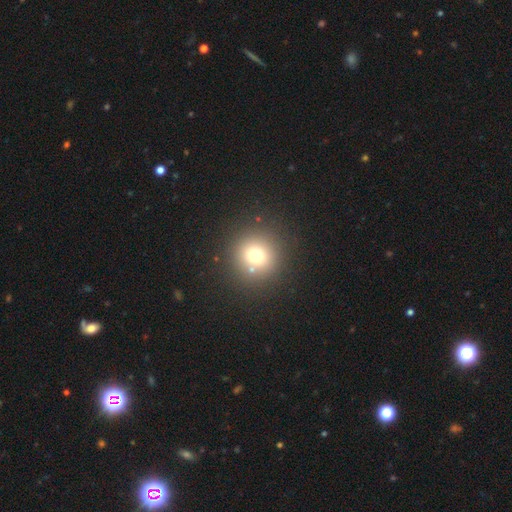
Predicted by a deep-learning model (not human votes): Smooth or featured?
  - smooth: 72% *
  - star or artifact: 17%
  - featured or disk: 11%
How rounded?
  - round: 93% *
  - in between: 6%
  - cigar-shaped: 1%
Merging?
  - none: 83% *
  - minor disturbance: 7%
  - merger: 6%
  - major disturbance: 4%